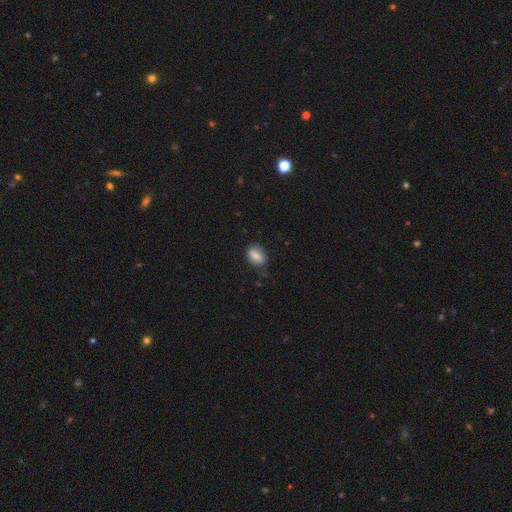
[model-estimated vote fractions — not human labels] Smooth or featured? Predicted: smooth (p=0.83). How rounded? Predicted: in between (p=0.78). Merging? Predicted: none (p=0.68).